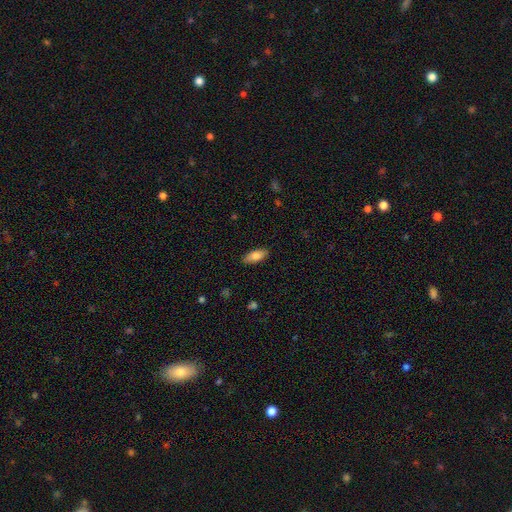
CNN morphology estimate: Smooth or featured: smooth — 81% (featured or disk — 12%)
How rounded: in between — 83% (cigar-shaped — 15%)
Merging: none — 87% (minor disturbance — 10%)